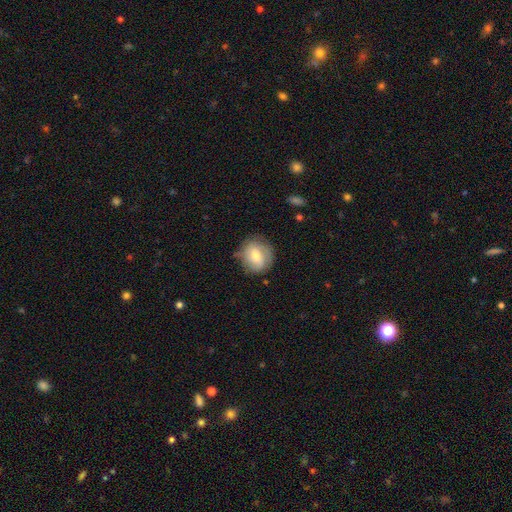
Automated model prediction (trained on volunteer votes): This appears to be a smooth galaxy with no disk features (58%) that is round (77%). Merging: none (73%).